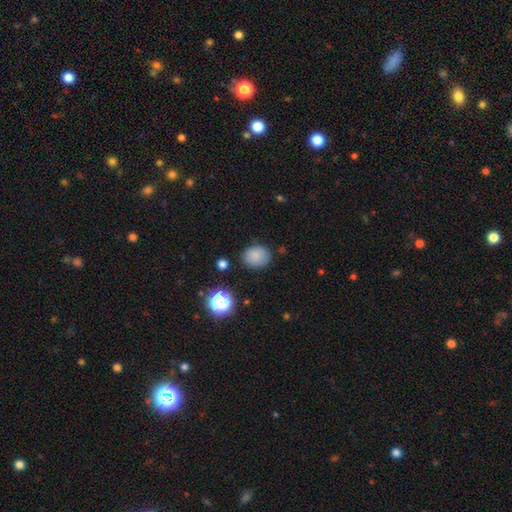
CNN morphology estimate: smooth_or_featured: smooth (p=0.82) [alt: star or artifact p=0.12]
how_rounded: round (p=0.61) [alt: in between p=0.38]
merging: none (p=0.81) [alt: minor disturbance p=0.14]